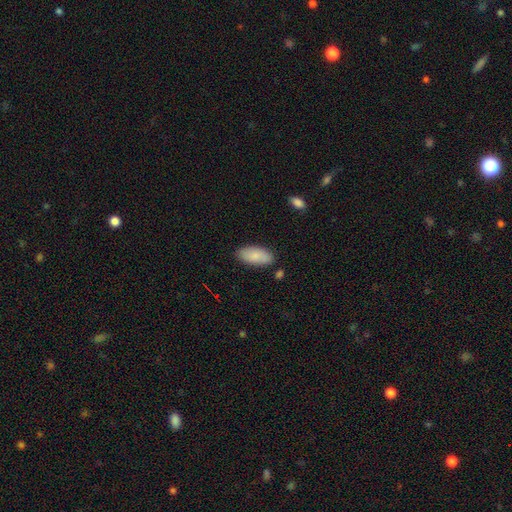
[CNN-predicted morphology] Smooth or featured: smooth — 85% (featured or disk — 9%)
How rounded: in between — 91% (cigar-shaped — 7%)
Merging: none — 84% (minor disturbance — 12%)